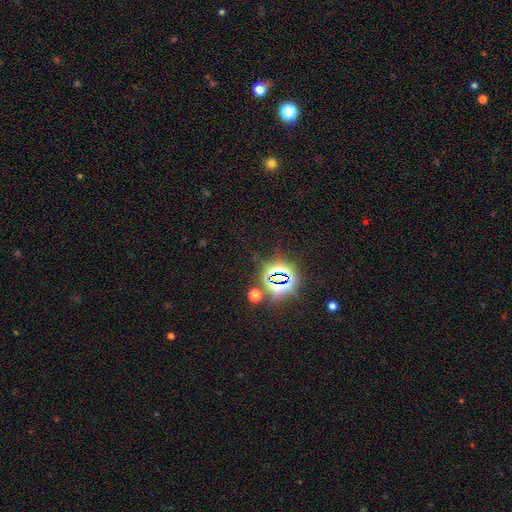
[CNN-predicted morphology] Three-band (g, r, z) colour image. It shows a star or artifact, not a galaxy (77%).